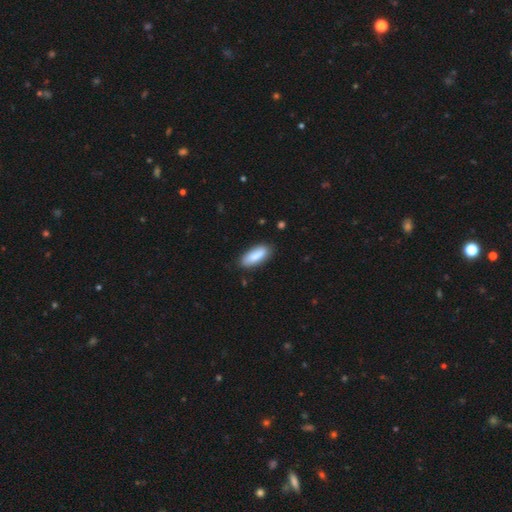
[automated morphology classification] This appears to be a smooth galaxy with no disk features (84%) that is in between round and cigar-shaped (73%). Merging: none (84%).